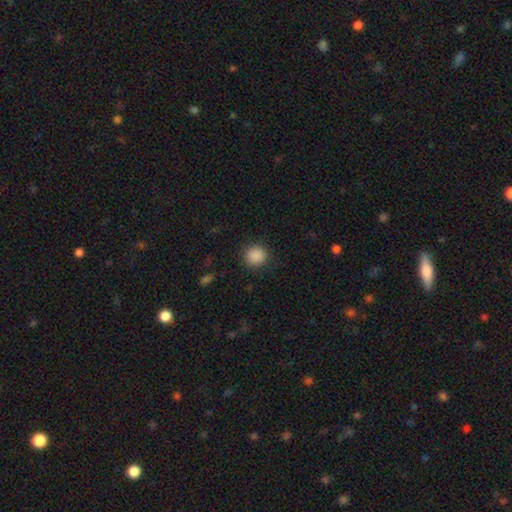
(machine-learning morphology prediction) smooth_or_featured: smooth (p=0.88) [alt: star or artifact p=0.09]
how_rounded: round (p=0.90) [alt: in between p=0.09]
merging: none (p=0.90) [alt: minor disturbance p=0.07]